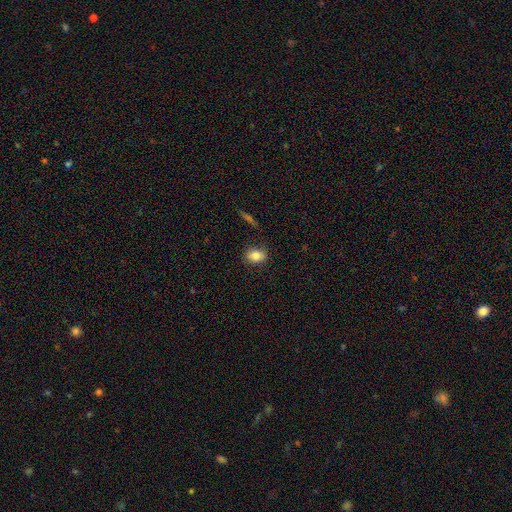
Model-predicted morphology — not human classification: Smooth or featured: smooth — 81% (featured or disk — 10%)
How rounded: in between — 65% (round — 33%)
Merging: none — 84% (minor disturbance — 11%)